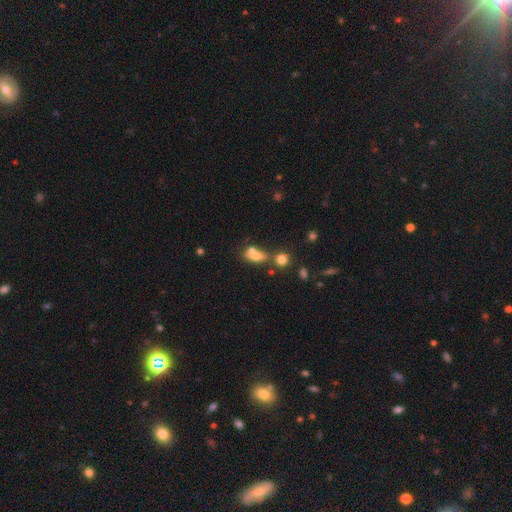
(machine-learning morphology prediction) Smooth or featured? Predicted: smooth (p=0.63). How rounded? Predicted: in between (p=0.67). Merging? Predicted: none (p=0.39, tied with merger).